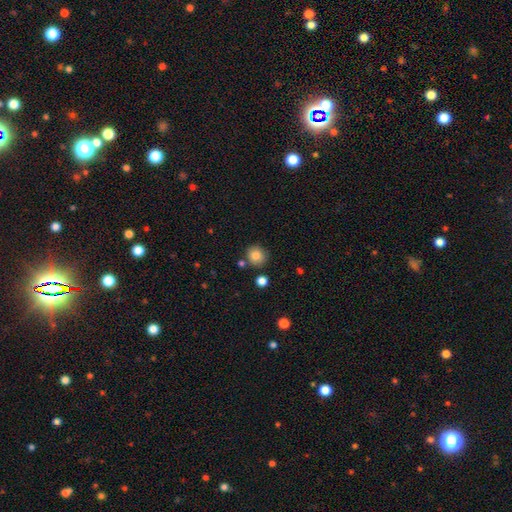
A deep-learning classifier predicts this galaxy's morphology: This appears to be a smooth galaxy with no disk features (84%) that is round (88%). Merging: none (80%).